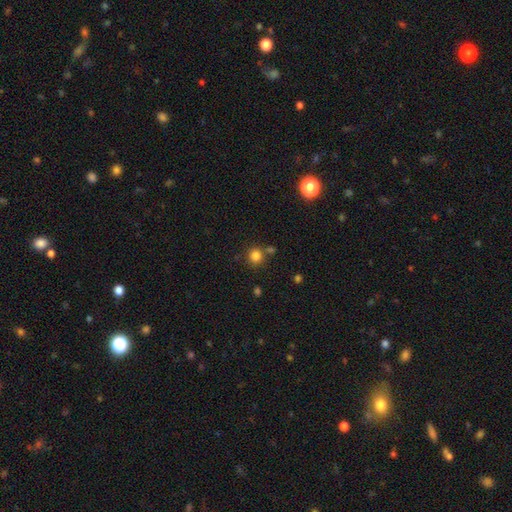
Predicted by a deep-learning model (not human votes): The model was most divided on "merging": none: 74%, merger: 13%, minor disturbance: 10%, major disturbance: 4%. More confident: how rounded — round (89%); smooth or featured — smooth (82%).